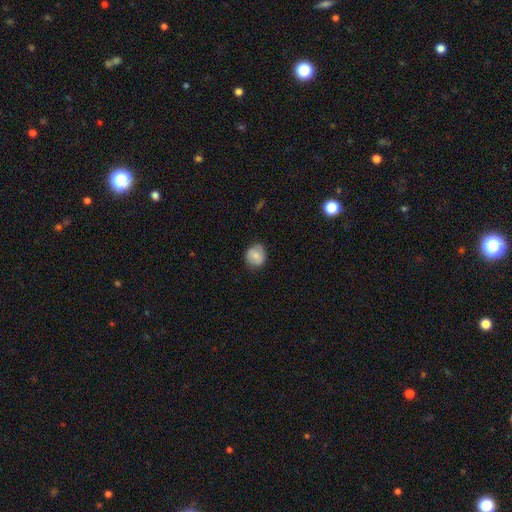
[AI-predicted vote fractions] Smooth or featured?
  - smooth: 74% *
  - featured or disk: 19%
  - star or artifact: 8%
How rounded?
  - round: 82% *
  - in between: 17%
  - cigar-shaped: 1%
Merging?
  - none: 79% *
  - minor disturbance: 16%
  - major disturbance: 4%
  - merger: 1%